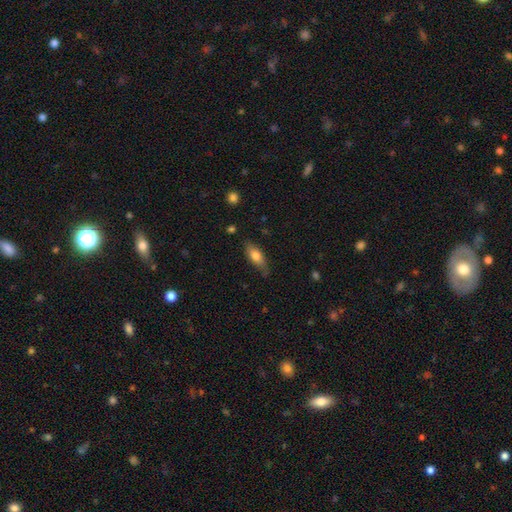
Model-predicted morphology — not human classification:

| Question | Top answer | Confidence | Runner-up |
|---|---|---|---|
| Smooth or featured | smooth | 73% | featured or disk (20%) |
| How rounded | in between | 76% | cigar-shaped (21%) |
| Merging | none | 70% | minor disturbance (23%) |